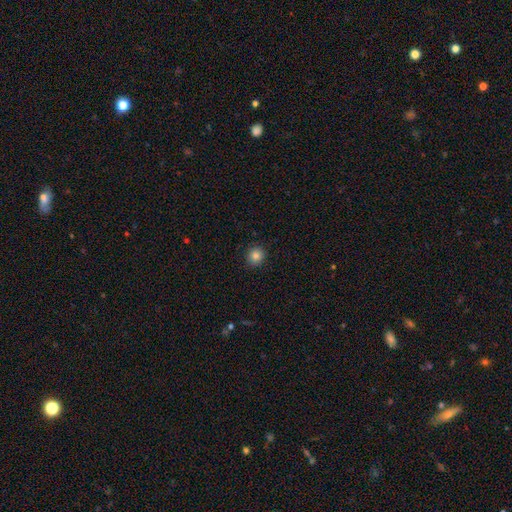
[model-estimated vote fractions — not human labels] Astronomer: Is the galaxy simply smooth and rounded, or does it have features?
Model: smooth — 84%.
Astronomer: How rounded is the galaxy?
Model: round — 89%.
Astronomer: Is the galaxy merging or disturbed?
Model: none — 91%.